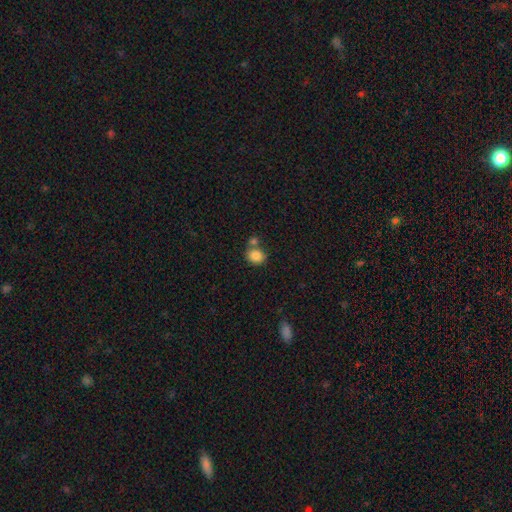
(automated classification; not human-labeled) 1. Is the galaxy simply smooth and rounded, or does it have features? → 85% smooth, 9% star or artifact, 6% featured or disk.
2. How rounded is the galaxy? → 64% round, 35% in between, 1% cigar-shaped.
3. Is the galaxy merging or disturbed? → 60% none, 25% merger, 11% minor disturbance, 4% major disturbance.